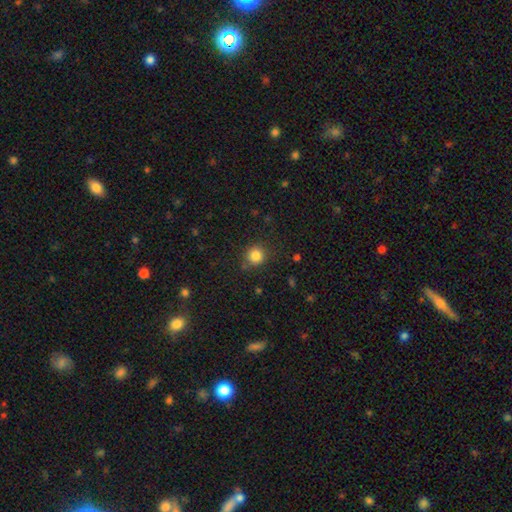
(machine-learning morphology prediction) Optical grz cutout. It shows a smooth galaxy with no disk features (84%) that is round (91%). Merging: none (85%).